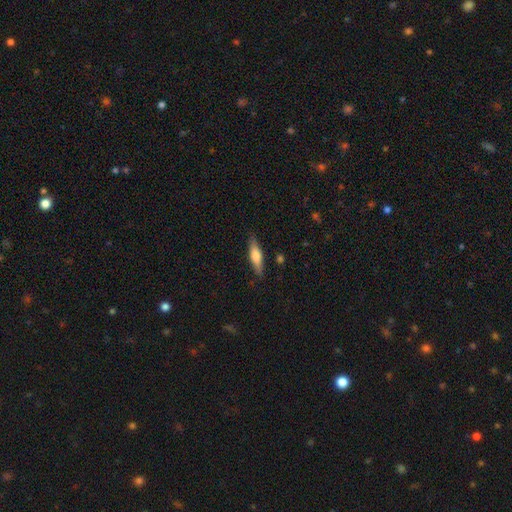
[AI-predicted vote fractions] Smooth or featured: smooth — 55% (featured or disk — 39%)
How rounded: cigar-shaped — 70% (in between — 28%)
Merging: none — 86% (minor disturbance — 11%)